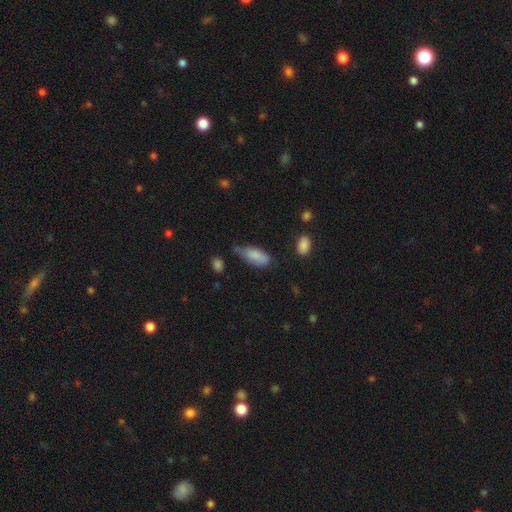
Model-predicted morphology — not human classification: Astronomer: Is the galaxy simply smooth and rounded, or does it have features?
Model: smooth — 81%.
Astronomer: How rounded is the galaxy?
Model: in between — 82%.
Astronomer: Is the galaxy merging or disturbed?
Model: minor disturbance — 42% (runner-up: none, 38%).